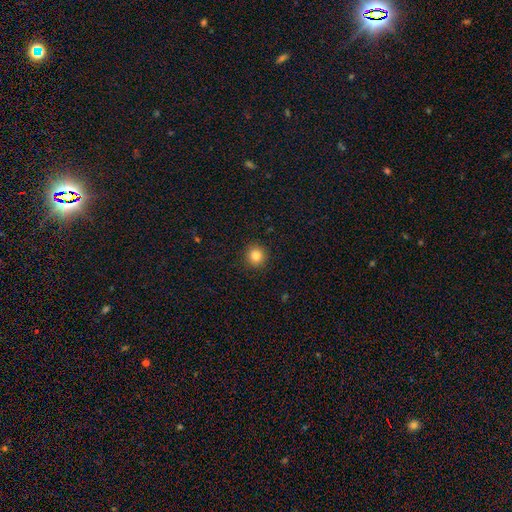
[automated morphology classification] This is clearly a smooth galaxy (84%). How rounded: clearly round (93%). Merging: clearly none (92%).